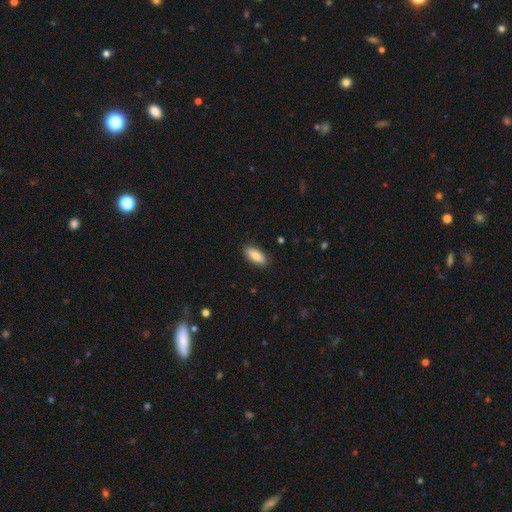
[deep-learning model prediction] smooth-or-featured: smooth: 84% | featured or disk: 10% | star or artifact: 6%
  how-rounded: in between: 80% | cigar-shaped: 18% | round: 2%
  merging: none: 88% | minor disturbance: 9% | major disturbance: 2% | merger: 1%